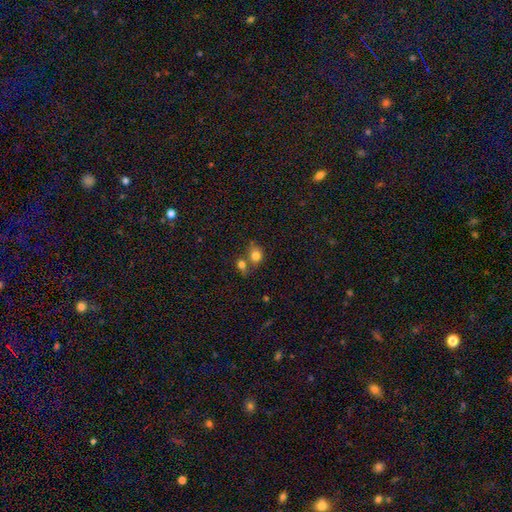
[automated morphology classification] smooth-or-featured: smooth: 80% | star or artifact: 11% | featured or disk: 9%
  how-rounded: round: 60% | in between: 39% | cigar-shaped: 1%
  merging: none: 42% | merger: 41% | minor disturbance: 12% | major disturbance: 5%